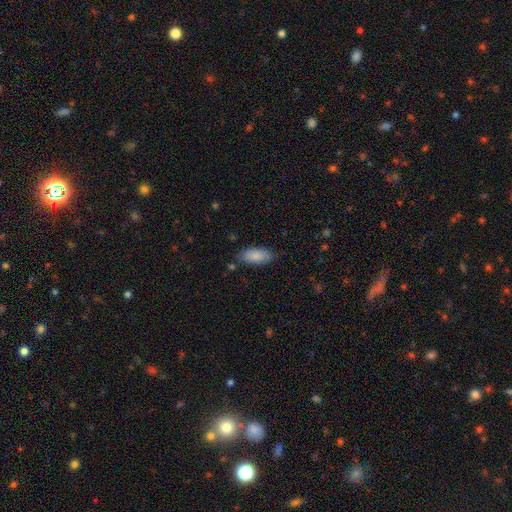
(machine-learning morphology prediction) A smooth galaxy with no disk features (86%) that is in between round and cigar-shaped (89%).

Vote fractions:
- Smooth or featured? smooth: 86% / featured or disk: 8% / star or artifact: 6%
- How rounded? in between: 89% / cigar-shaped: 9% / round: 2%
- Merging? none: 81% / minor disturbance: 14% / major disturbance: 3% / merger: 2%